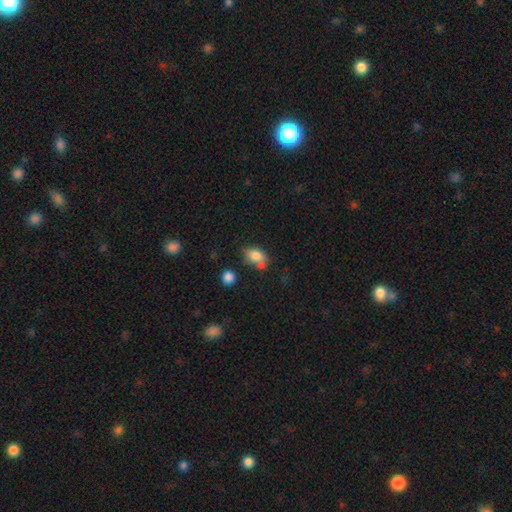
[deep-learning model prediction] smooth-or-featured: smooth: 80% | featured or disk: 10% | star or artifact: 9%
  how-rounded: in between: 79% | round: 19% | cigar-shaped: 2%
  merging: none: 51% | merger: 22% | minor disturbance: 21% | major disturbance: 6%